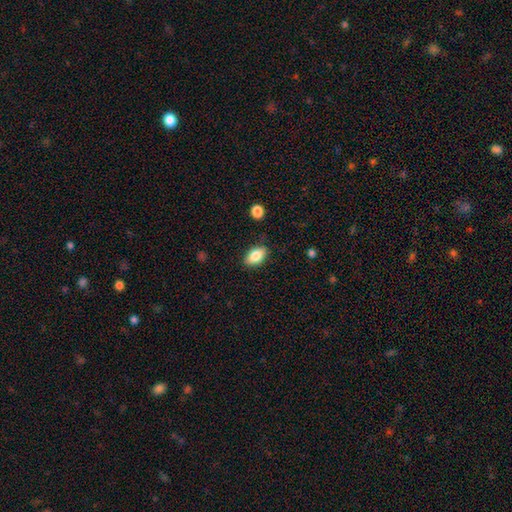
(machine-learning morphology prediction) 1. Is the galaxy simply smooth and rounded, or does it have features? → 82% smooth, 10% featured or disk, 7% star or artifact.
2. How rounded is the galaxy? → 90% in between, 7% round, 4% cigar-shaped.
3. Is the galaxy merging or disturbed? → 84% none, 12% minor disturbance, 3% major disturbance, 2% merger.